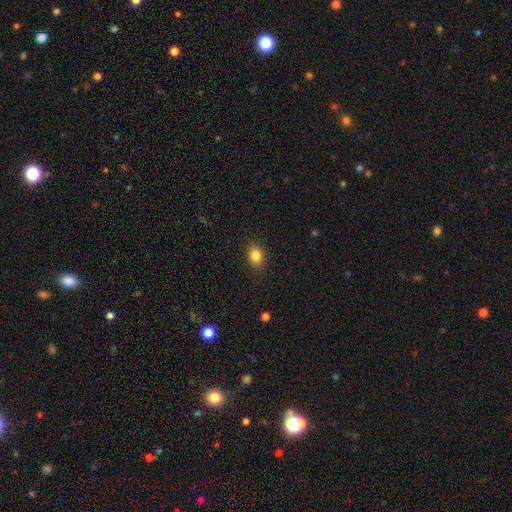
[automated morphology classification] This appears to be a smooth galaxy with no disk features (84%) that is in between round and cigar-shaped (57%). Merging: none (88%).